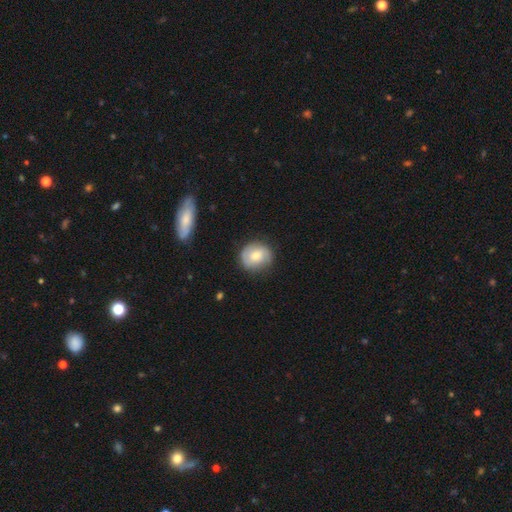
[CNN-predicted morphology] A smooth galaxy with no disk features (52%) that is round (83%). Merging: none (79%).